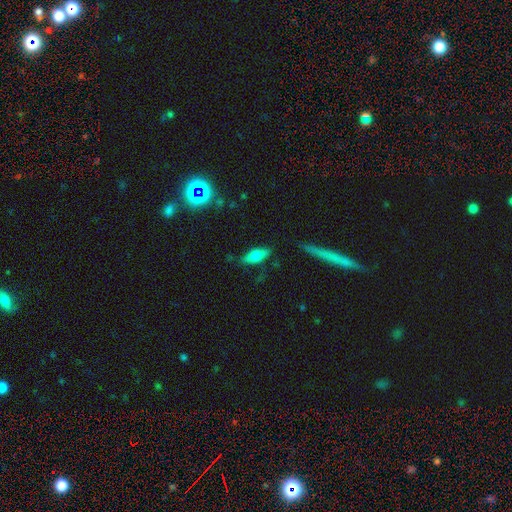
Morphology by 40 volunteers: Smooth or featured?
  - featured or disk: 45% *
  - smooth: 42%
  - star or artifact: 12%
Edge-on disk?
  - yes: 67% *
  - no: 33%
Edge-on bulge?
  - rounded: 83% *
  - boxy: 17%
  - none: 0%
Merging?
  - none: 83% *
  - major disturbance: 9%
  - minor disturbance: 6%
  - merger: 3%